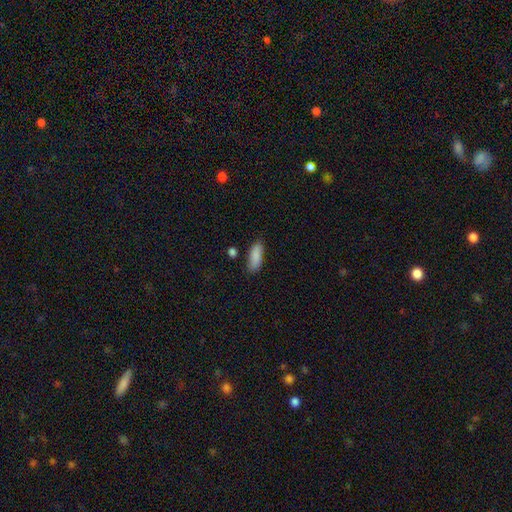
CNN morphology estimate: type=smooth (88%); roundness=in between (71%); merging=none (79%).